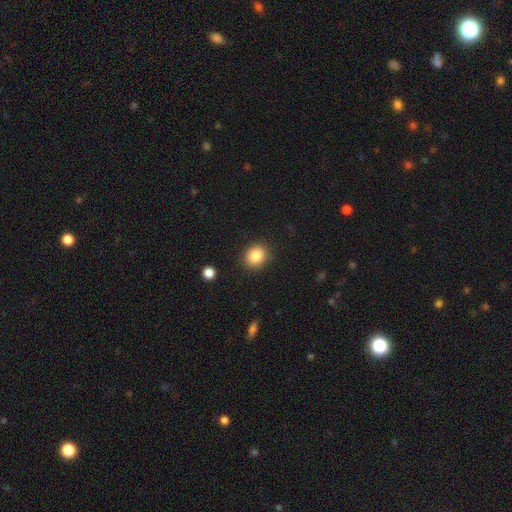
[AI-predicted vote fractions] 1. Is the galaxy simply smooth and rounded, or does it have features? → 85% smooth, 9% star or artifact, 5% featured or disk.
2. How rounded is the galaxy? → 66% round, 33% in between, 1% cigar-shaped.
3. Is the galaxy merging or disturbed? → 84% none, 11% minor disturbance, 3% major disturbance, 2% merger.